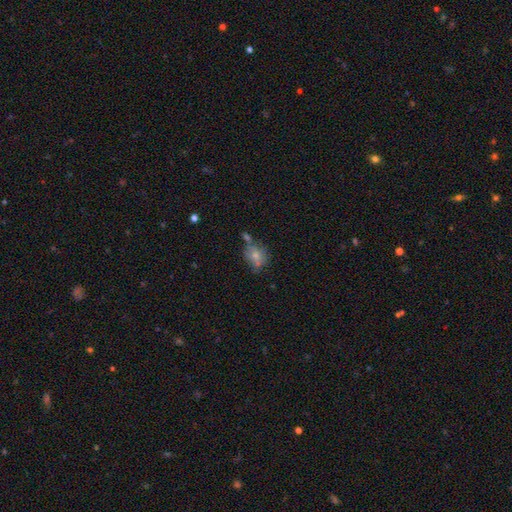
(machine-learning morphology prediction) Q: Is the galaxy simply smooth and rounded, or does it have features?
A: smooth — 68%.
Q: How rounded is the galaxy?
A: in between — 52%.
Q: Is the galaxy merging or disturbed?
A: none — 44%.